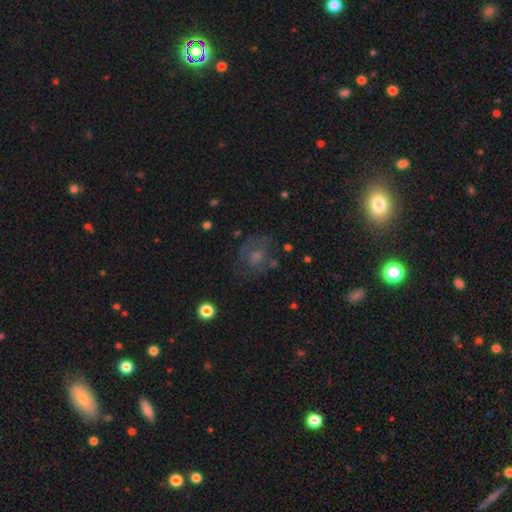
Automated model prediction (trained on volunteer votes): Overall: featured or disk (47%; smooth 36%). Merging: none (61%).